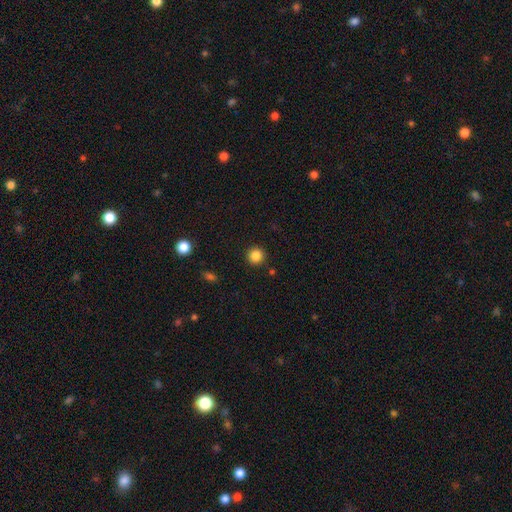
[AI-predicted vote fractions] This appears to be a smooth galaxy with no disk features (86%) that is round (95%). Merging: none (91%).